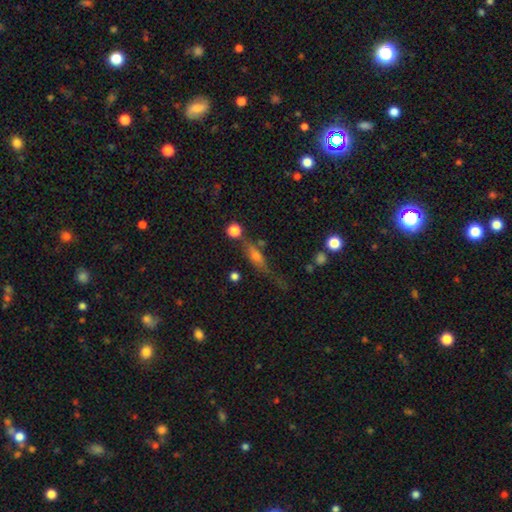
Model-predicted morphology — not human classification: A smooth galaxy with no disk features (43%). Merging: none (54%).